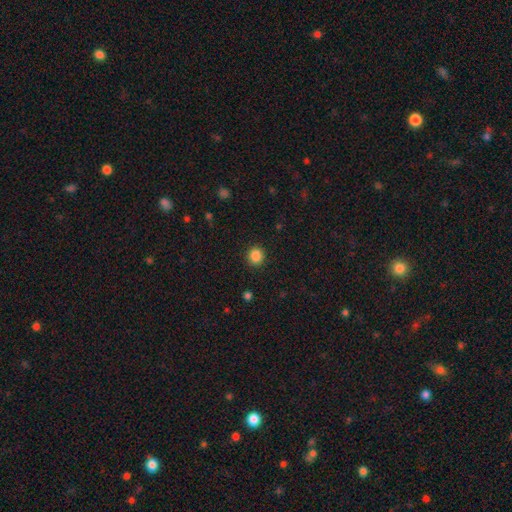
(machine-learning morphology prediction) Smooth or featured: smooth — 87% (star or artifact — 10%)
How rounded: round — 85% (in between — 14%)
Merging: none — 91% (minor disturbance — 6%)